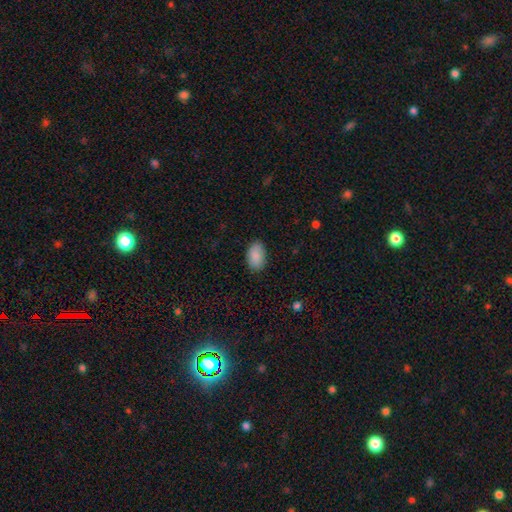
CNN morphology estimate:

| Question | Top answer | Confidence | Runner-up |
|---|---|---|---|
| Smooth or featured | smooth | 89% | star or artifact (7%) |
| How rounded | in between | 92% | round (7%) |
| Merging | none | 86% | minor disturbance (11%) |